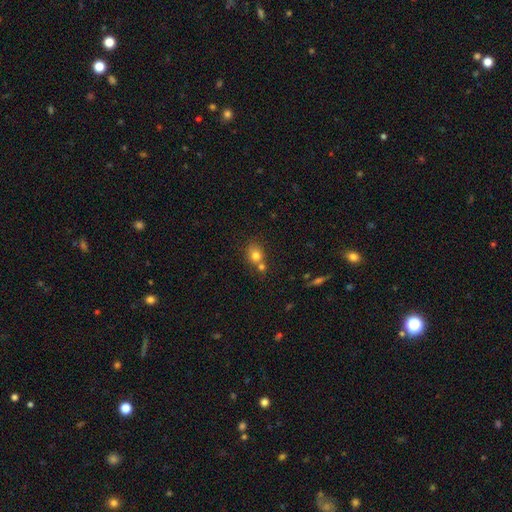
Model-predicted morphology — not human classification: This is likely a smooth galaxy (78%). How rounded: likely round (68%). Merging: possibly none (48%).